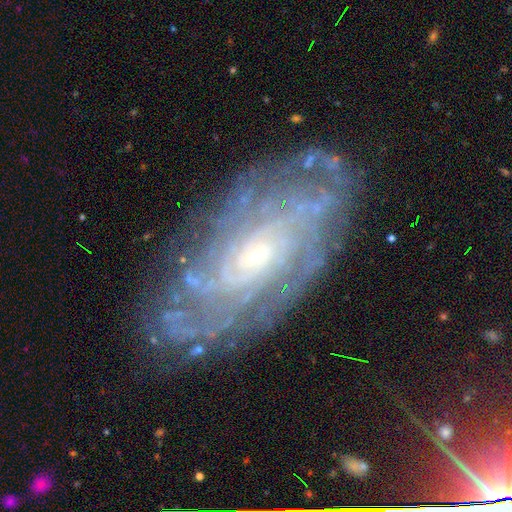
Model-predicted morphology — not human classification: smooth-or-featured: featured or disk: 83% | smooth: 9% | star or artifact: 8%
  disk-edge-on: no: 92% | yes: 8%
    bar: no: 69% | weak: 25% | strong: 7%
    has-spiral-arms: yes: 94% | no: 6%
      spiral-winding: tight: 74% | medium: 21% | loose: 5%
      spiral-arm-count: can't tell: 48% | more than 4: 17% | 4: 12% | 2: 9% | 3: 9% | 1: 5%
    bulge-size: small: 67% | moderate: 28% | large: 2% | none: 2% | dominant: 1%
  merging: none: 80% | minor disturbance: 14% | major disturbance: 5% | merger: 1%